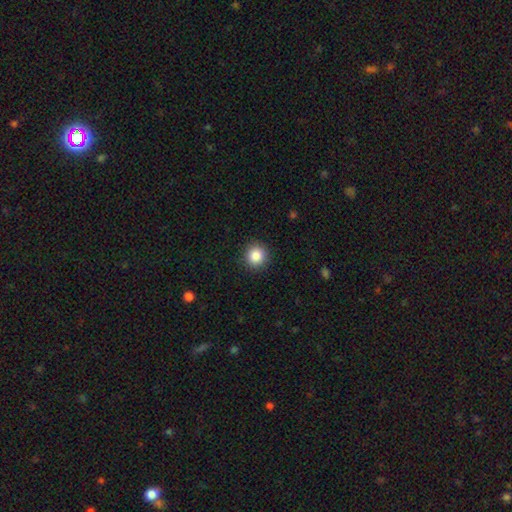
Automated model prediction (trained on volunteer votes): A smooth galaxy with no disk features (87%) that is round (94%).

Vote fractions:
- Smooth or featured? smooth: 87% / star or artifact: 10% / featured or disk: 4%
- How rounded? round: 94% / in between: 5% / cigar-shaped: 1%
- Merging? none: 91% / minor disturbance: 6% / major disturbance: 2% / merger: 1%